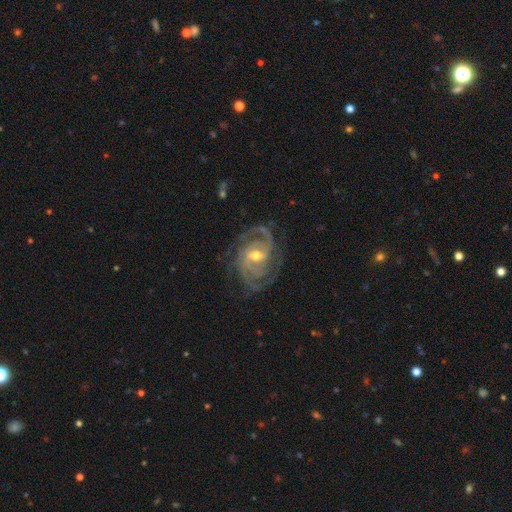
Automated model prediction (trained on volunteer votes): smooth-or-featured: featured or disk: 92% | star or artifact: 4% | smooth: 4%
  disk-edge-on: no: 98% | yes: 2%
    bar: weak: 50% | no: 28% | strong: 22%
    has-spiral-arms: yes: 98% | no: 2%
      spiral-winding: tight: 52% | medium: 39% | loose: 8%
      spiral-arm-count: 2: 33% (tied) | 3: 33% (tied) | can't tell: 13% | 4: 9% | 1: 6% | more than 4: 6%
    bulge-size: moderate: 67% | small: 28% | large: 3% | none: 1% | dominant: 1%
  merging: none: 73% | minor disturbance: 17% | major disturbance: 9% | merger: 1%